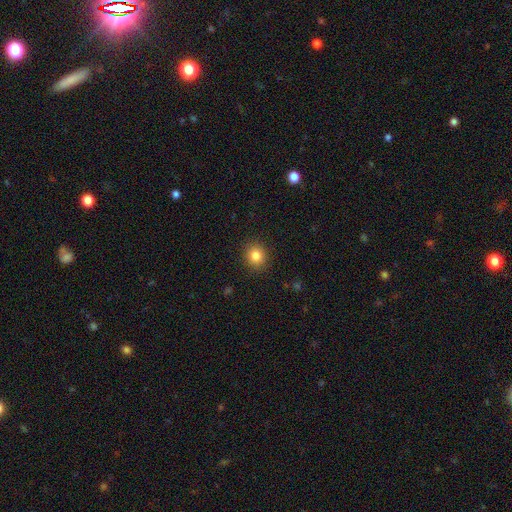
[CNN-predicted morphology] Smooth or featured: smooth — 82% (star or artifact — 11%)
How rounded: round — 85% (in between — 14%)
Merging: none — 90% (minor disturbance — 7%)